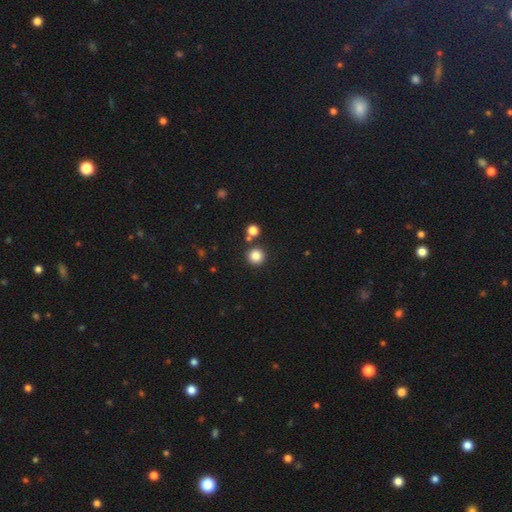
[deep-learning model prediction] This appears to be a smooth galaxy with no disk features (84%) that is round (95%). Merging: none (84%).